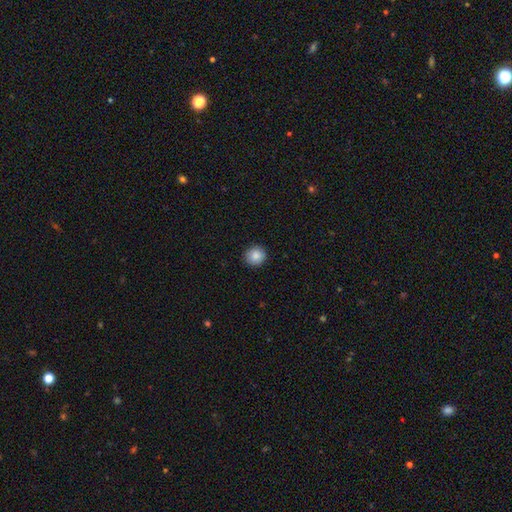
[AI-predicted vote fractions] Smooth or featured: smooth — 86% (star or artifact — 9%)
How rounded: round — 92% (in between — 7%)
Merging: none — 91% (minor disturbance — 6%)